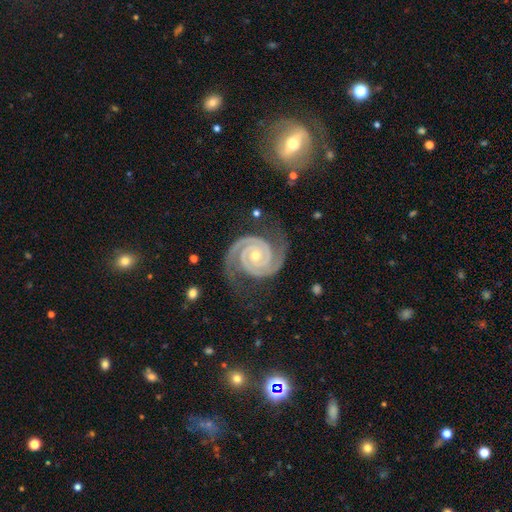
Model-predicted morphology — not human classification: Smooth or featured? featured or disk (94%)
Edge-on disk? no (98%)
Bar? no (70%)
Spiral arms? yes (99%)
Spiral winding? tight (76%)
Spiral arm count? 2 (92%)
Bulge size? small (49%)
Merging? none (78%)